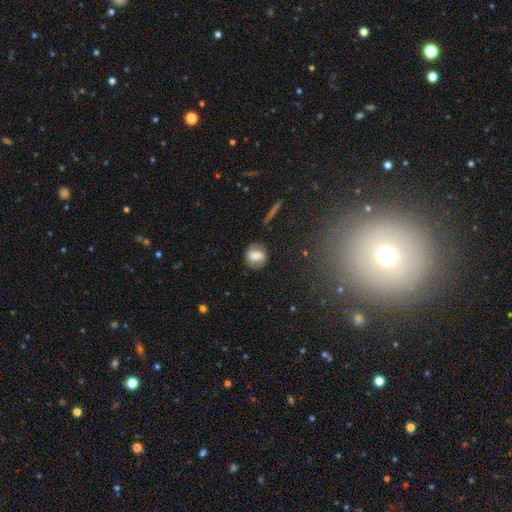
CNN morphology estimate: The model was most divided on "how rounded": round: 55%, in between: 42%, cigar-shaped: 3%. More confident: merging — none (78%); smooth or featured — smooth (62%).